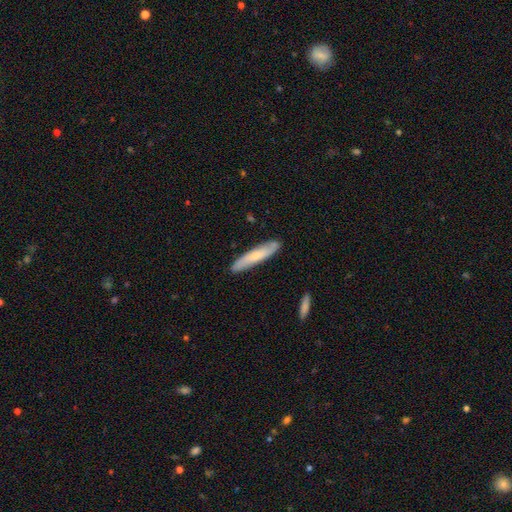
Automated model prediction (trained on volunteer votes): This is possibly a smooth galaxy (58%). How rounded: clearly cigar-shaped (89%). Merging: clearly none (86%).